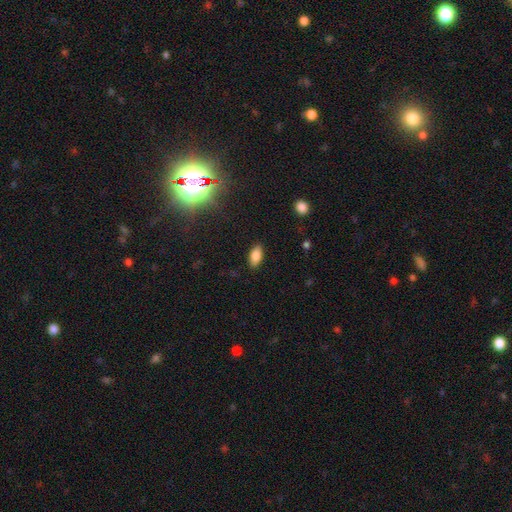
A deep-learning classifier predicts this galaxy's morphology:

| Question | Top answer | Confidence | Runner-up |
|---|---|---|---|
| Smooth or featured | smooth | 83% | star or artifact (9%) |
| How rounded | in between | 89% | cigar-shaped (8%) |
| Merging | none | 87% | minor disturbance (10%) |